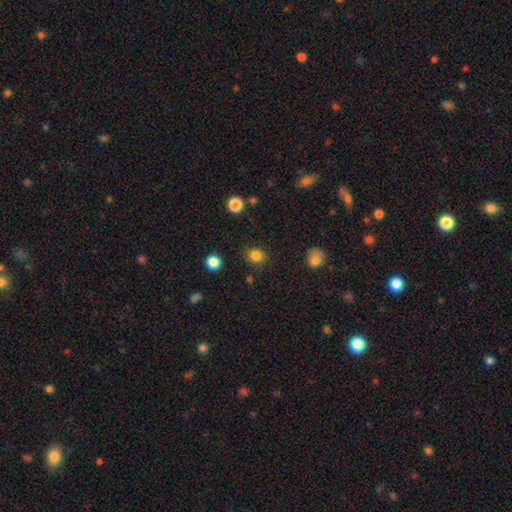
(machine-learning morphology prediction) A smooth galaxy with no disk features (83%) that is round (78%).

Vote fractions:
- Smooth or featured? smooth: 83% / star or artifact: 12% / featured or disk: 4%
- How rounded? round: 78% / in between: 21% / cigar-shaped: 1%
- Merging? none: 86% / minor disturbance: 9% / major disturbance: 3% / merger: 2%